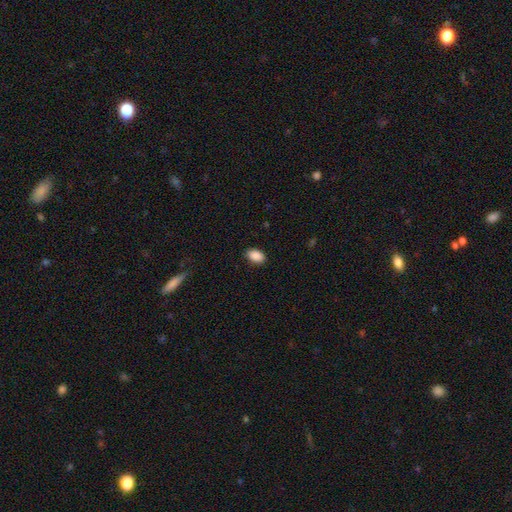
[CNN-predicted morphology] A smooth galaxy with no disk features (90%) that is in between round and cigar-shaped (89%).

Vote fractions:
- Smooth or featured? smooth: 90% / star or artifact: 7% / featured or disk: 3%
- How rounded? in between: 89% / round: 10% / cigar-shaped: 1%
- Merging? none: 87% / minor disturbance: 10% / major disturbance: 2% / merger: 1%